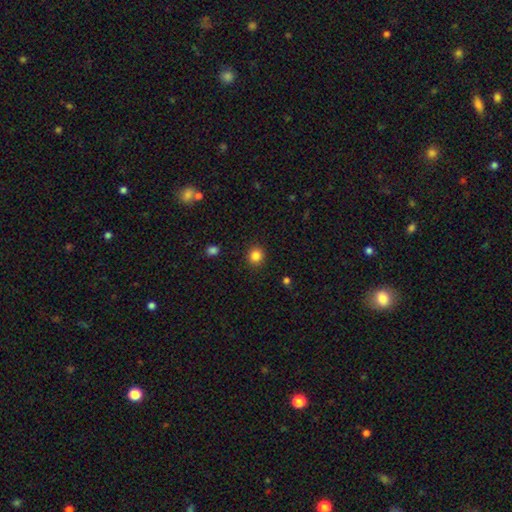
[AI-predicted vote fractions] smooth_or_featured: smooth (p=0.85) [alt: star or artifact p=0.11]
how_rounded: round (p=0.89) [alt: in between p=0.10]
merging: none (p=0.91) [alt: minor disturbance p=0.06]